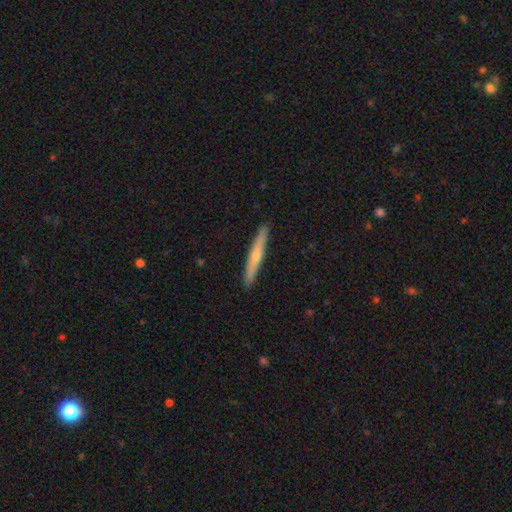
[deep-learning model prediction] smooth-or-featured: smooth: 51% | featured or disk: 44% | star or artifact: 5%
  how-rounded: cigar-shaped: 95% | in between: 3% | round: 1%
  merging: none: 92% | minor disturbance: 6% | major disturbance: 1% | merger: 1%